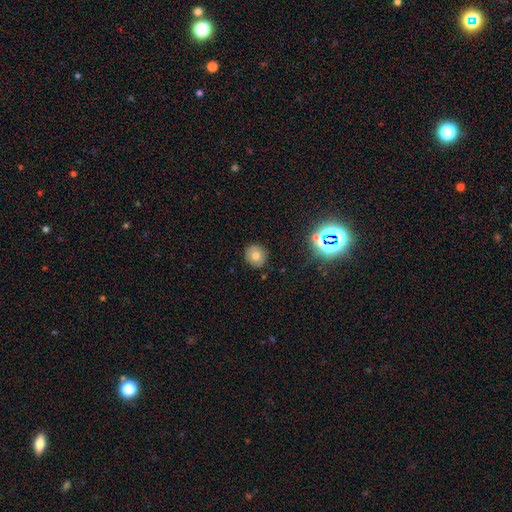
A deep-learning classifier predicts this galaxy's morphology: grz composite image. It shows a smooth galaxy with no disk features (71%) that is round (90%). Merging: none (89%).